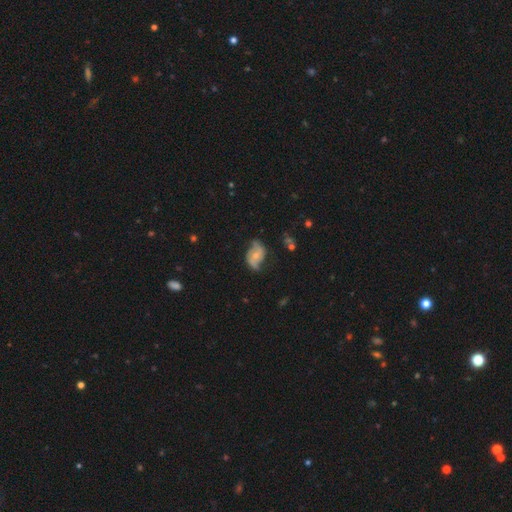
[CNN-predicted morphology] This is likely a featured or disk galaxy (67%). It is clearly not viewed edge-on (96%). Bar: likely no (64%). Spiral arm pattern: clearly yes (84%). Spiral arm count: likely 2 (79%). Spiral winding: marginally loose (42%). Central bulge: possibly moderate (48%). Merging: possibly none (55%).